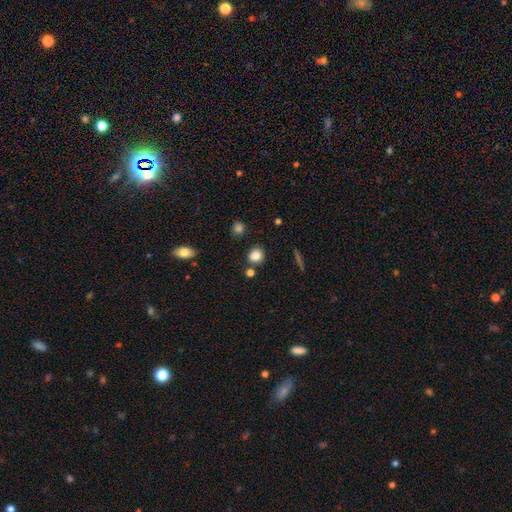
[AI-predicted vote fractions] Overall: smooth (83%). How rounded: round (81%). Merging: none (82%).